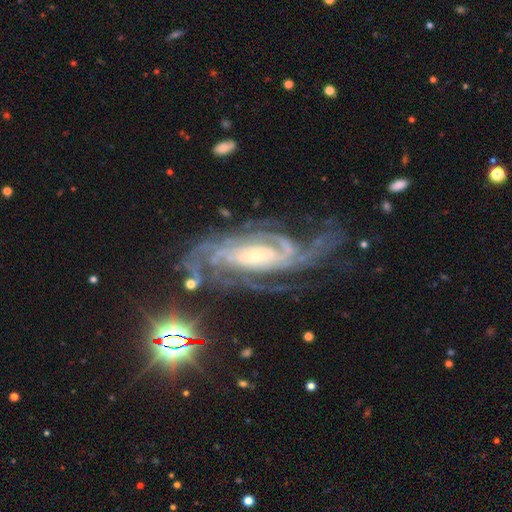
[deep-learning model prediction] Overall: featured or disk (90%). Edge-on disk: no (95%). Bar: no (51%; weak 29%). Spiral arms: yes (98%). Spiral arm count: 3 (26%; 2 20%). Spiral winding: tight (60%; medium 34%). Bulge size: small (69%). Merging: none (62%).